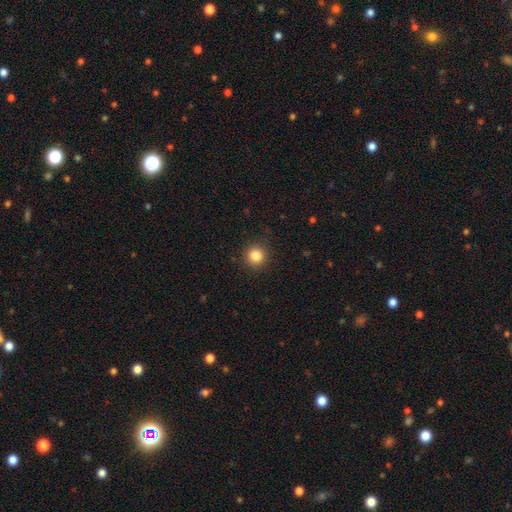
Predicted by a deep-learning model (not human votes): smooth-or-featured: smooth: 85% | star or artifact: 11% | featured or disk: 4%
  how-rounded: round: 94% | in between: 5% | cigar-shaped: 1%
  merging: none: 90% | minor disturbance: 7% | major disturbance: 2% | merger: 1%